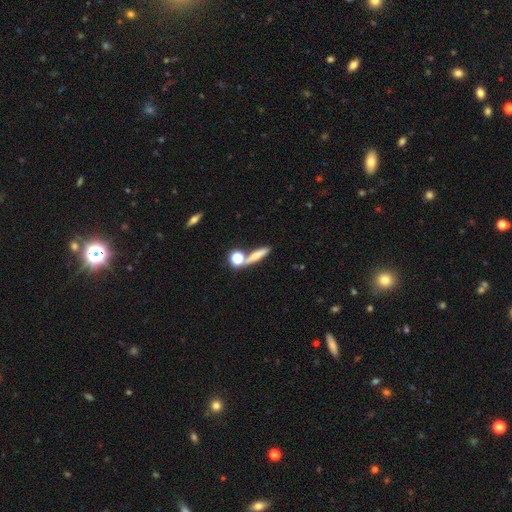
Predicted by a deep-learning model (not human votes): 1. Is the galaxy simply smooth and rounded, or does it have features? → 64% smooth, 22% featured or disk, 14% star or artifact.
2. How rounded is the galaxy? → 62% cigar-shaped, 20% in between, 18% round.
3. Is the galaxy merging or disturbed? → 66% none, 19% merger, 11% minor disturbance, 5% major disturbance.